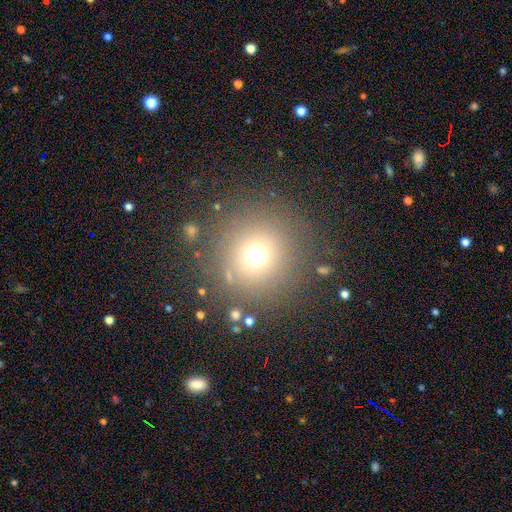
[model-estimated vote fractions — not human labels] Morphology: type=smooth (67%); roundness=round (94%); merging=none (83%).